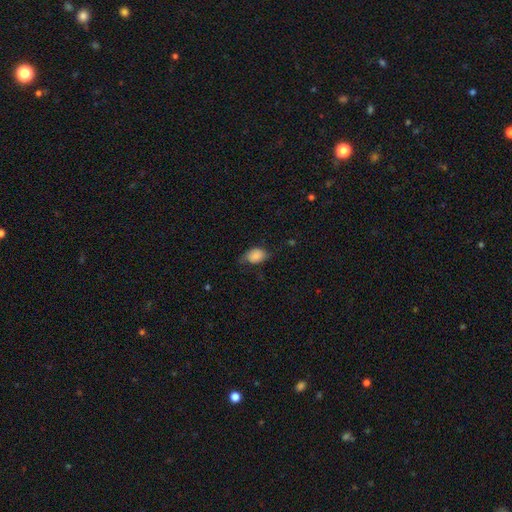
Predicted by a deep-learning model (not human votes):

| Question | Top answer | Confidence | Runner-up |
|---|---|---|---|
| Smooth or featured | smooth | 78% | featured or disk (14%) |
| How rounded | in between | 81% | round (18%) |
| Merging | none | 51% | minor disturbance (34%) |